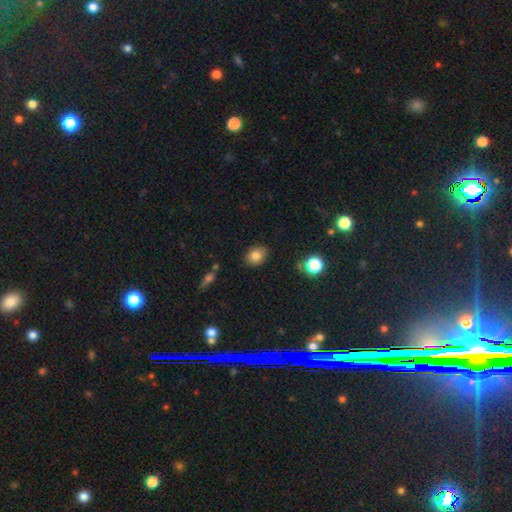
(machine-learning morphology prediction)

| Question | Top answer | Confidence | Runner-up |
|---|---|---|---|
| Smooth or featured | smooth | 81% | star or artifact (11%) |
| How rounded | in between | 50% | round (49%) |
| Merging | none | 85% | minor disturbance (10%) |